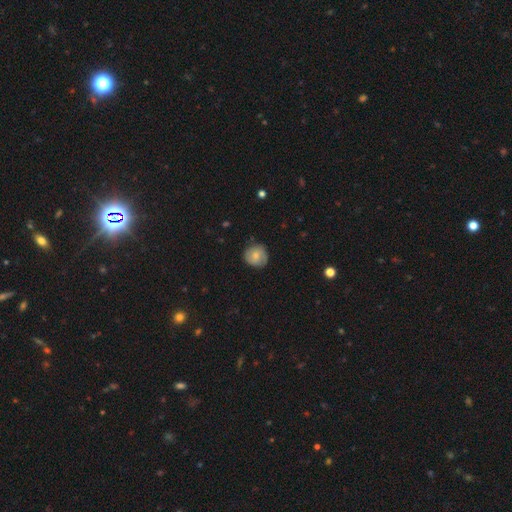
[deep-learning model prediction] smooth 62%, featured or disk 31%, star or artifact 8%. Down the decision tree: how rounded — round (88%); merging — none (81%).